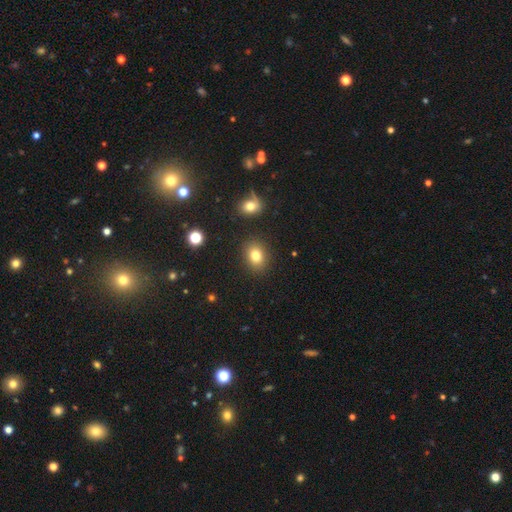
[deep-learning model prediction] Q: Smooth or featured?
A: smooth (80%); runner-up: star or artifact (12%)
Q: How rounded?
A: round (50%); runner-up: in between (49%)
Q: Merging?
A: none (87%); runner-up: minor disturbance (8%)